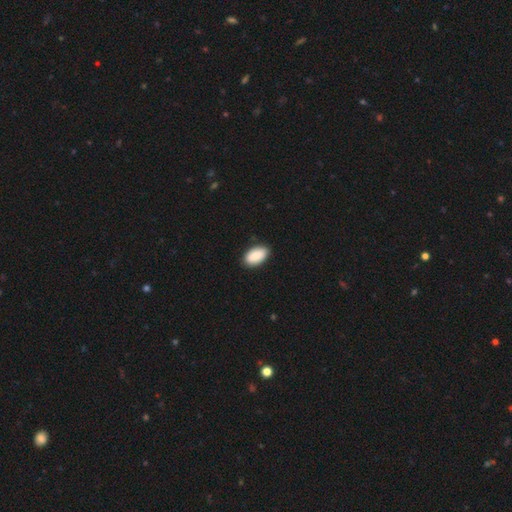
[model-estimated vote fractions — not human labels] This appears to be a smooth galaxy with no disk features (89%) that is in between round and cigar-shaped (95%). Merging: none (87%).